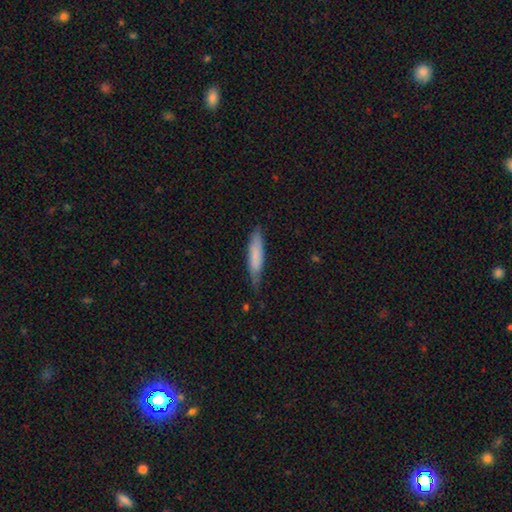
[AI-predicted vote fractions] smooth_or_featured: smooth (p=0.76) [alt: featured or disk p=0.18]
how_rounded: cigar-shaped (p=0.82) [alt: in between p=0.17]
merging: none (p=0.67) [alt: minor disturbance p=0.27]